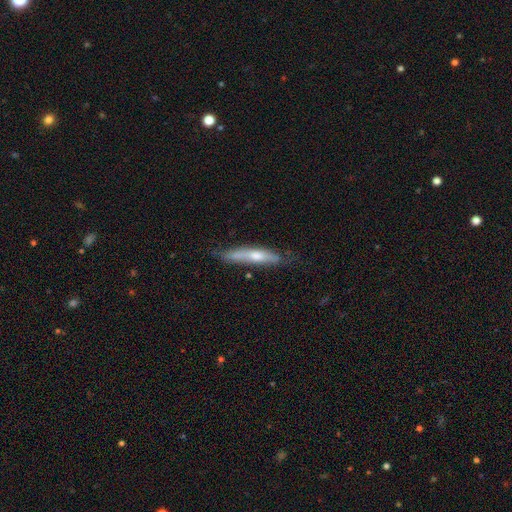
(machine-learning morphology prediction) This appears to be a smooth galaxy with no disk features (47%, tied with featured or disk). Merging: none (69%).